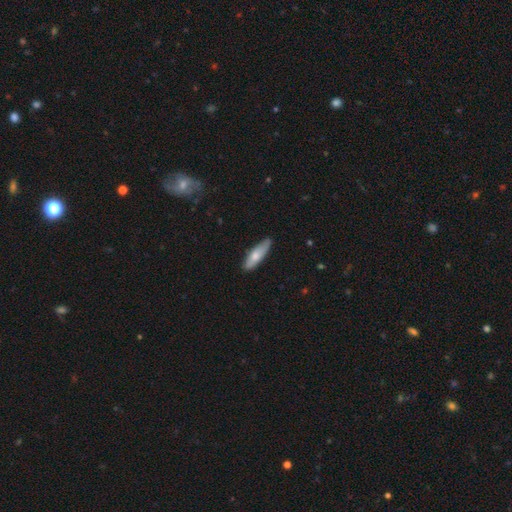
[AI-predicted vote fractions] smooth_or_featured: smooth (p=0.70) [alt: featured or disk p=0.25]
how_rounded: cigar-shaped (p=0.62) [alt: in between p=0.36]
merging: none (p=0.82) [alt: minor disturbance p=0.14]